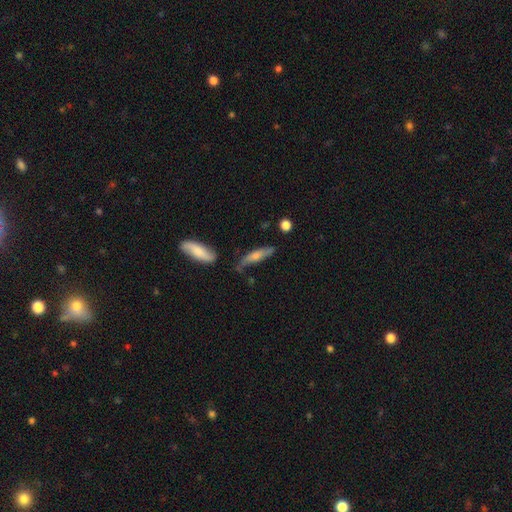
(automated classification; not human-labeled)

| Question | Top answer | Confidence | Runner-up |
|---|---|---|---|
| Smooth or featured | smooth | 54% | featured or disk (38%) |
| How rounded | cigar-shaped | 74% | in between (24%) |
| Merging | none | 58% | minor disturbance (26%) |